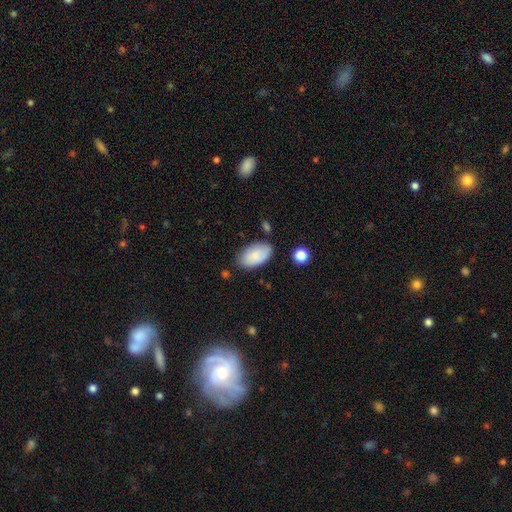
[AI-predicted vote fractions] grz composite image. It shows a smooth galaxy with no disk features (82%) that is in between round and cigar-shaped (95%). Merging: none (75%).